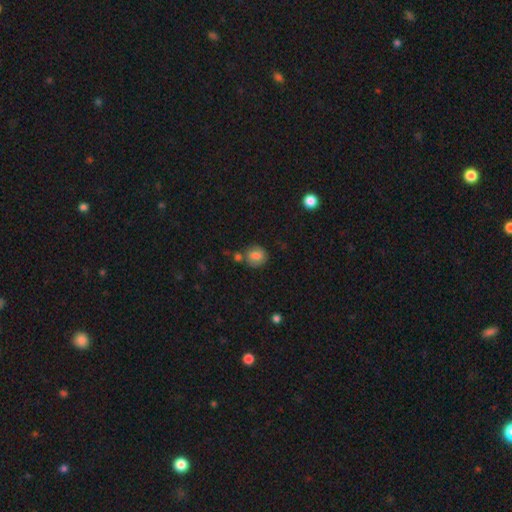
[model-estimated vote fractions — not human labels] A smooth galaxy with no disk features (74%) that is round (76%). Merging: none (65%).